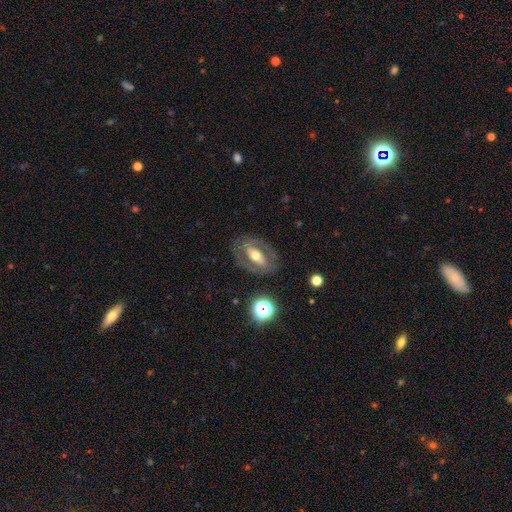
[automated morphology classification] smooth_or_featured: featured or disk (p=0.64) [alt: smooth p=0.28]
disk_edge_on: no (p=0.88) [alt: yes p=0.12]
bar: strong (p=0.42) [alt: no p=0.33]
has_spiral_arms: no (p=0.57) [alt: yes p=0.43]
bulge_size: moderate (p=0.67) [alt: small p=0.16]
merging: none (p=0.78) [alt: minor disturbance p=0.12]